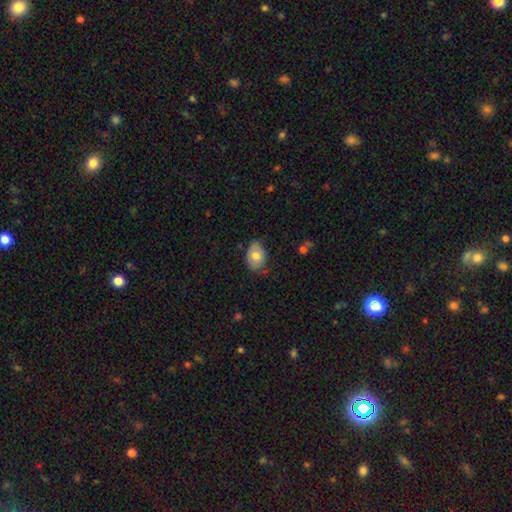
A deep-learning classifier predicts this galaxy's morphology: Smooth or featured? Predicted: smooth (p=0.70). How rounded? Predicted: in between (p=0.81). Merging? Predicted: none (p=0.65).